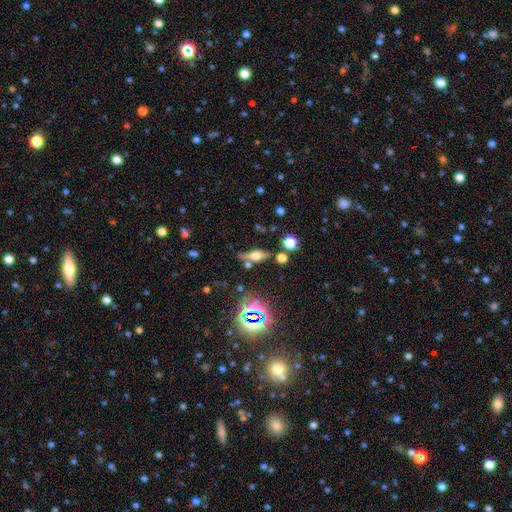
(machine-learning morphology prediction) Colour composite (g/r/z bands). It shows a featured or disk galaxy (44%). Merging: none (67%).